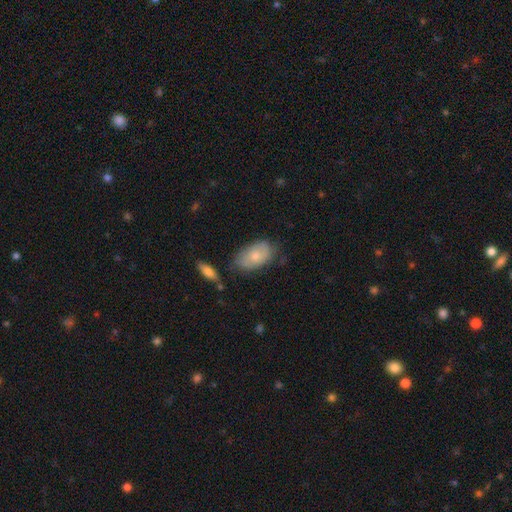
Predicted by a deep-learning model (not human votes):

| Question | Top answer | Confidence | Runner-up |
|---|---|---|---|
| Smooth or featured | smooth | 64% | featured or disk (30%) |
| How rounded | in between | 92% | round (6%) |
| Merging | none | 63% | minor disturbance (26%) |